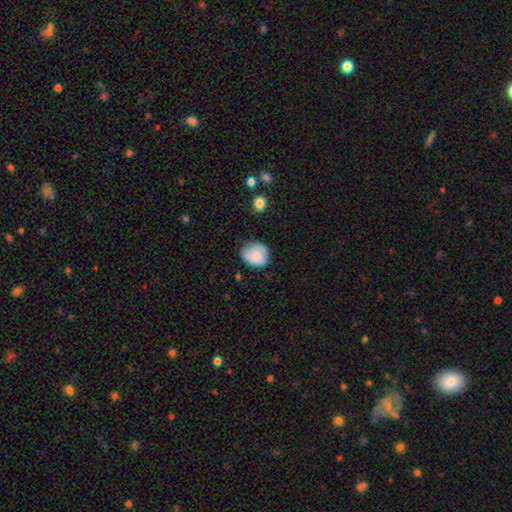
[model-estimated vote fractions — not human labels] smooth_or_featured: smooth (p=0.61) [alt: featured or disk p=0.31]
how_rounded: round (p=0.68) [alt: in between p=0.31]
merging: none (p=0.63) [alt: minor disturbance p=0.28]